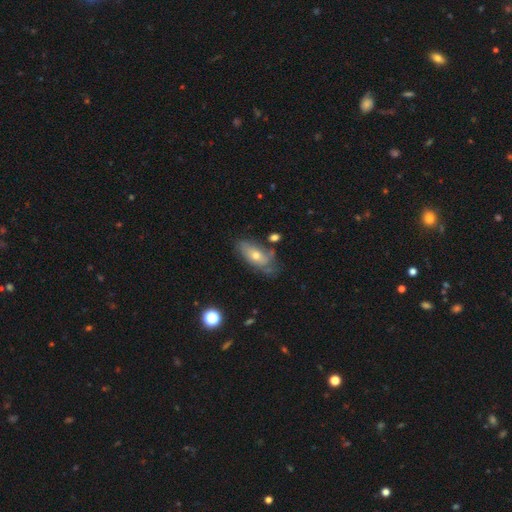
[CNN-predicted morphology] smooth_or_featured: featured or disk (p=0.47) [alt: smooth p=0.45]
merging: none (p=0.55) [alt: minor disturbance p=0.28]